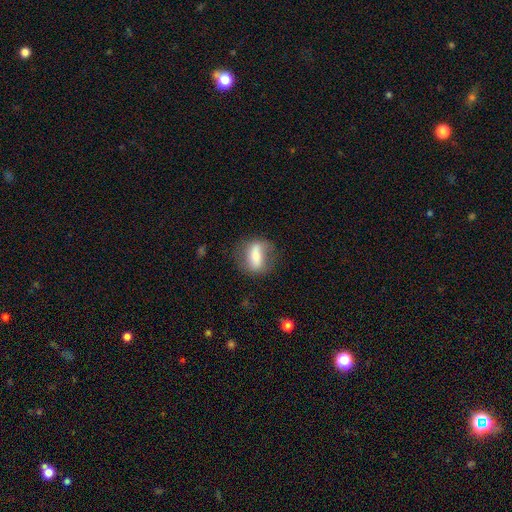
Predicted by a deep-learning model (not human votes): This is possibly a smooth galaxy (53%). How rounded: likely in between (65%). Merging: likely none (67%).